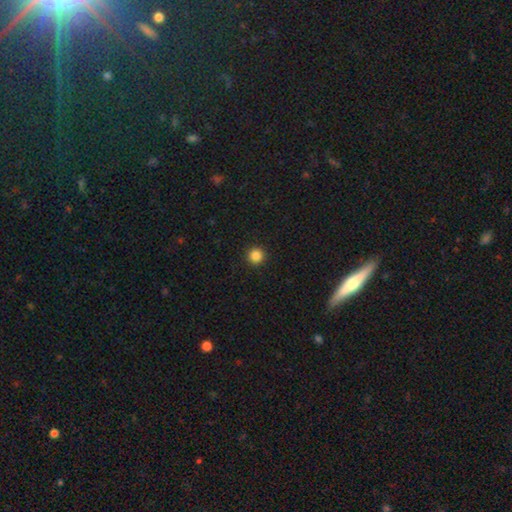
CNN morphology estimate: A smooth galaxy with no disk features (86%) that is round (96%). Merging: none (93%).